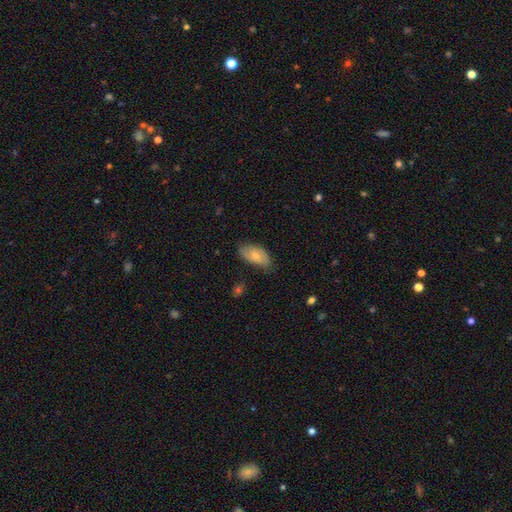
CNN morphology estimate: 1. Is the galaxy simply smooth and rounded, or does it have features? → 73% smooth, 21% featured or disk, 6% star or artifact.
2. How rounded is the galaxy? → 93% in between, 4% cigar-shaped, 3% round.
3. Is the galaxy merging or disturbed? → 72% none, 22% minor disturbance, 4% major disturbance, 1% merger.